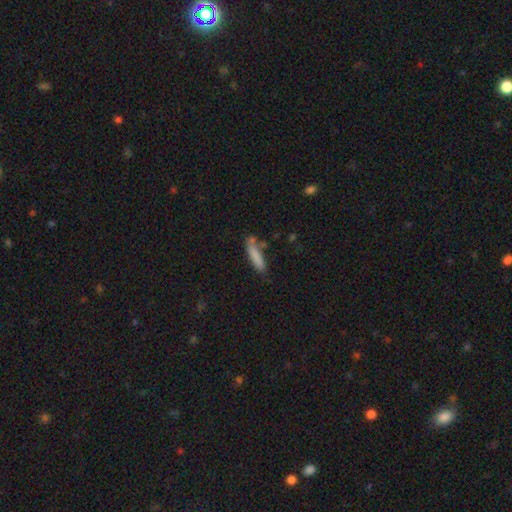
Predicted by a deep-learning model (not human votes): smooth_or_featured: smooth (p=0.83) [alt: featured or disk p=0.10]
how_rounded: cigar-shaped (p=0.79) [alt: in between p=0.20]
merging: none (p=0.68) [alt: minor disturbance p=0.19]